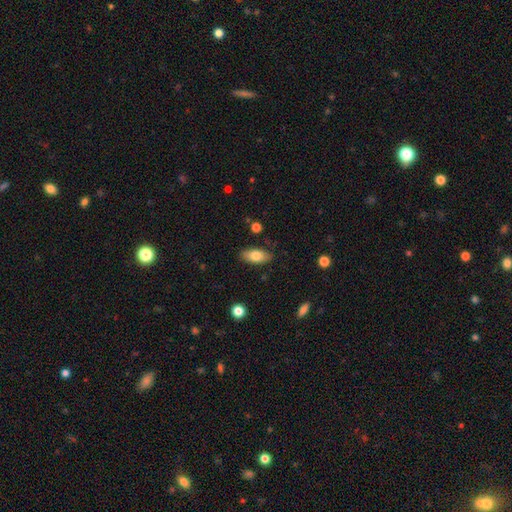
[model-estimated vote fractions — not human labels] Smooth or featured? smooth (77%)
How rounded? in between (87%)
Merging? none (85%)